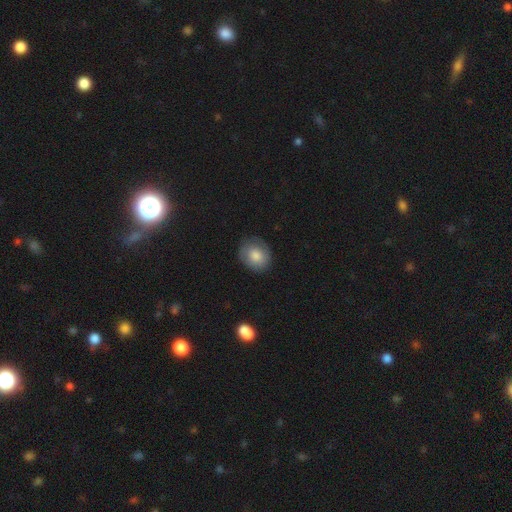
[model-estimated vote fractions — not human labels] smooth_or_featured: smooth (p=0.76) [alt: featured or disk p=0.17]
how_rounded: round (p=0.71) [alt: in between p=0.28]
merging: none (p=0.78) [alt: minor disturbance p=0.17]